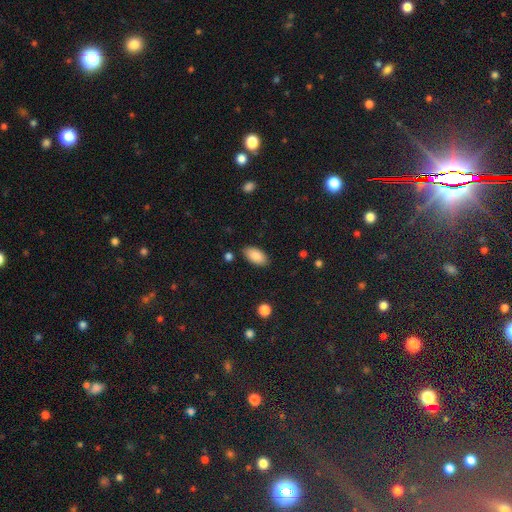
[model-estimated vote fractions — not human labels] Smooth or featured?
  - smooth: 88% *
  - star or artifact: 7%
  - featured or disk: 5%
How rounded?
  - in between: 94% *
  - cigar-shaped: 3%
  - round: 3%
Merging?
  - none: 86% *
  - minor disturbance: 10%
  - major disturbance: 3%
  - merger: 2%